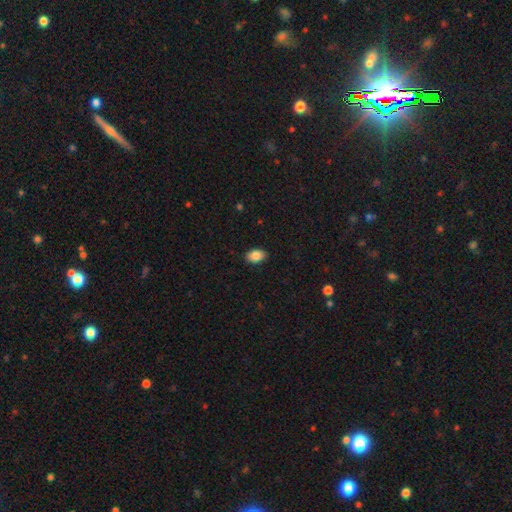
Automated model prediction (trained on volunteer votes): smooth-or-featured: smooth: 87% | star or artifact: 7% | featured or disk: 6%
  how-rounded: in between: 91% | round: 8% | cigar-shaped: 1%
  merging: none: 89% | minor disturbance: 8% | major disturbance: 2% | merger: 1%